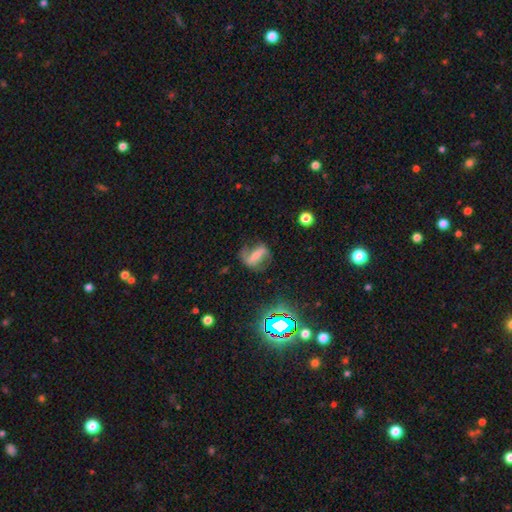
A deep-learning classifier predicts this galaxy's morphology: A featured or disk galaxy (66%) with a strong bar (69%), spiral arms (80%) and a small central bulge (40%).

Vote fractions:
- Smooth or featured? featured or disk: 66% / smooth: 21% / star or artifact: 13%
- Edge-on disk? no: 91% / yes: 9%
- Bar? strong: 69% / weak: 20% / no: 11%
- Spiral arms? yes: 80% / no: 20%
- Bulge size? small: 40% / none: 28% / moderate: 23% / large: 6% / dominant: 2%
- Merging? none: 65% / minor disturbance: 18% / major disturbance: 14% / merger: 2%